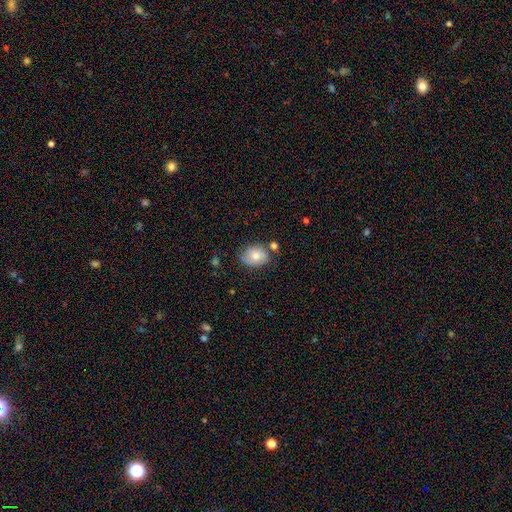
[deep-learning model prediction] Overall: smooth (71%). How rounded: in between (55%; round 44%). Merging: none (63%).